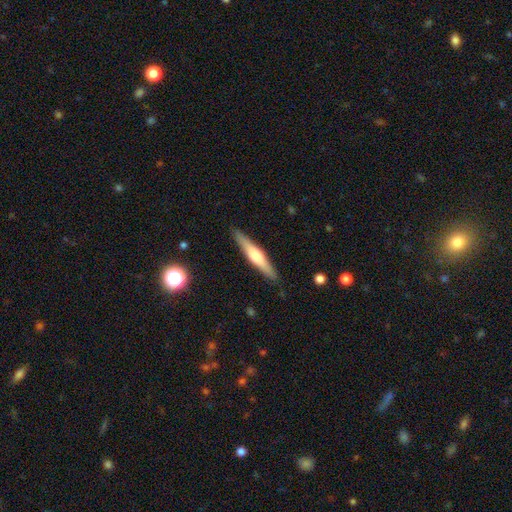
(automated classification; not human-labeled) Smooth or featured? Predicted: featured or disk (p=0.51). Edge-on disk? Predicted: yes (p=0.96). Merging? Predicted: none (p=0.89).